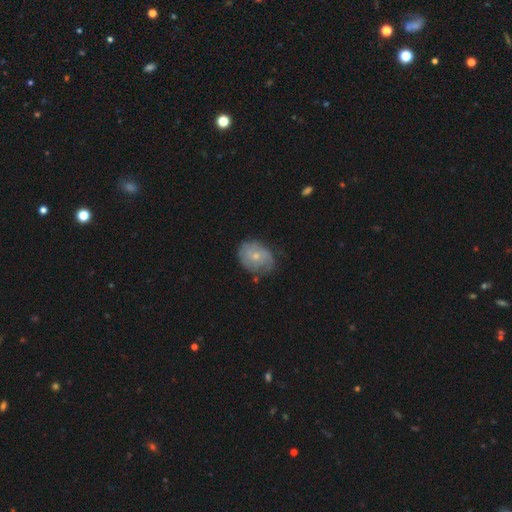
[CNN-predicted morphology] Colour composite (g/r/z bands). It shows a featured or disk galaxy (64%) with no bar (73%), tight (55%) spiral arms (82%) and a small central bulge (61%). Merging: none (66%).